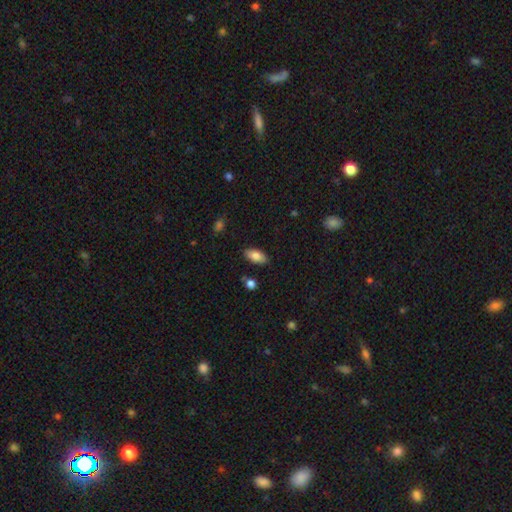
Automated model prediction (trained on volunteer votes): smooth_or_featured: smooth (p=0.82) [alt: featured or disk p=0.11]
how_rounded: in between (p=0.92) [alt: cigar-shaped p=0.05]
merging: none (p=0.85) [alt: minor disturbance p=0.10]